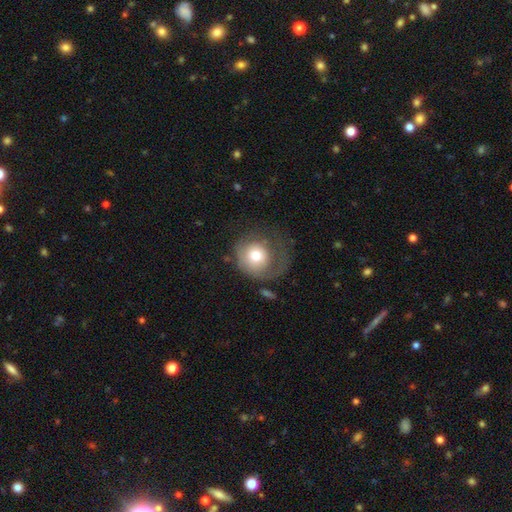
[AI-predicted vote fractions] Smooth or featured? smooth (60%)
How rounded? round (80%)
Merging? major disturbance (40%)